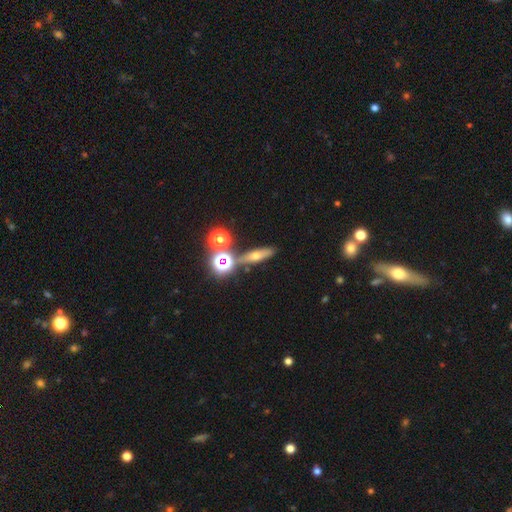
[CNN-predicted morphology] A smooth galaxy with no disk features (39%). Merging: none (76%).